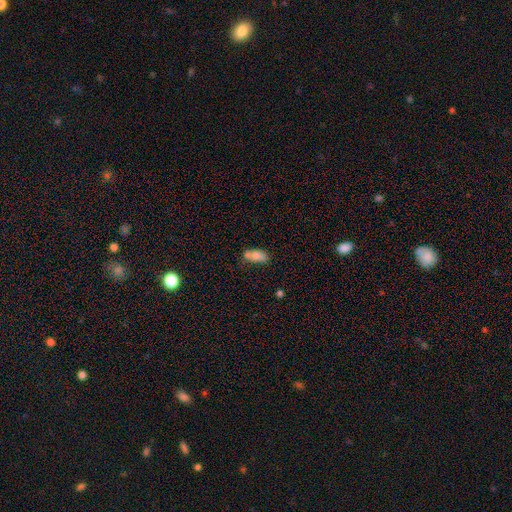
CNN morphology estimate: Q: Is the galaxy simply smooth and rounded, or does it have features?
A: smooth — 77%.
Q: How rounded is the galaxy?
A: in between — 84%.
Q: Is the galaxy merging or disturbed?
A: none — 48%.